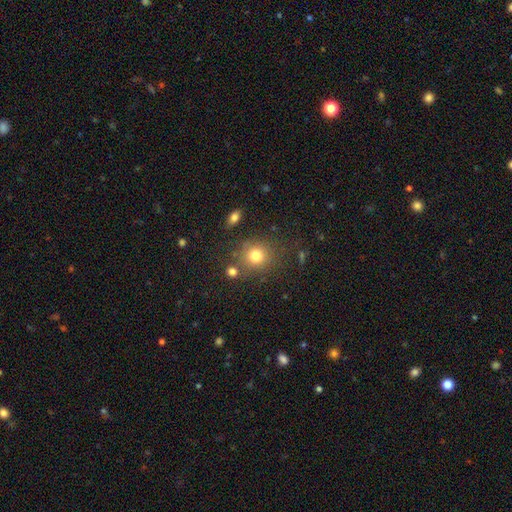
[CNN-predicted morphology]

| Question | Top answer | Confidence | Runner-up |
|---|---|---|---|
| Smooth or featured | smooth | 78% | star or artifact (14%) |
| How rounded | round | 82% | in between (16%) |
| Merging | none | 74% | minor disturbance (12%) |